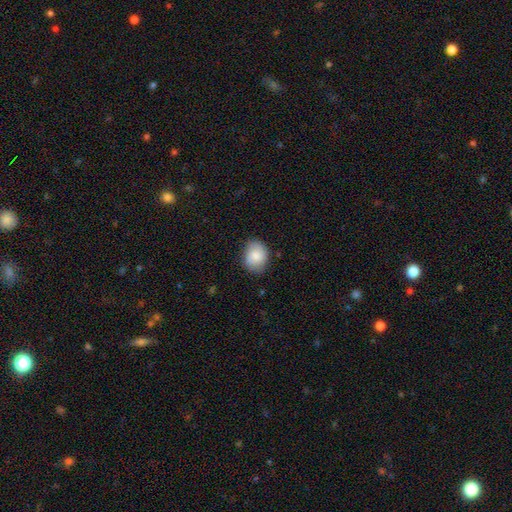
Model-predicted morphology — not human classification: Smooth or featured: smooth — 79% (featured or disk — 14%)
How rounded: in between — 53% (round — 46%)
Merging: none — 77% (minor disturbance — 18%)